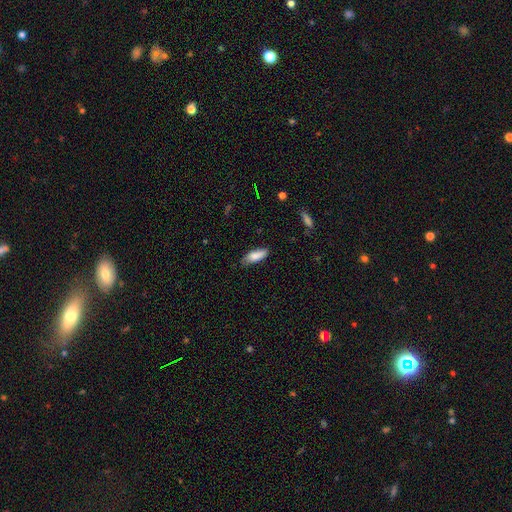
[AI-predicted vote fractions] smooth-or-featured: smooth: 83% | featured or disk: 10% | star or artifact: 7%
  how-rounded: in between: 66% | cigar-shaped: 32% | round: 2%
  merging: none: 71% | minor disturbance: 23% | major disturbance: 4% | merger: 2%